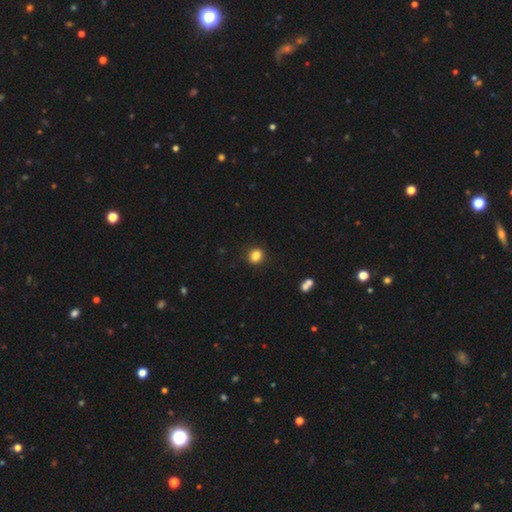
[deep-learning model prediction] Q: Smooth or featured?
A: smooth (85%); runner-up: star or artifact (11%)
Q: How rounded?
A: round (66%); runner-up: in between (33%)
Q: Merging?
A: none (88%); runner-up: minor disturbance (9%)